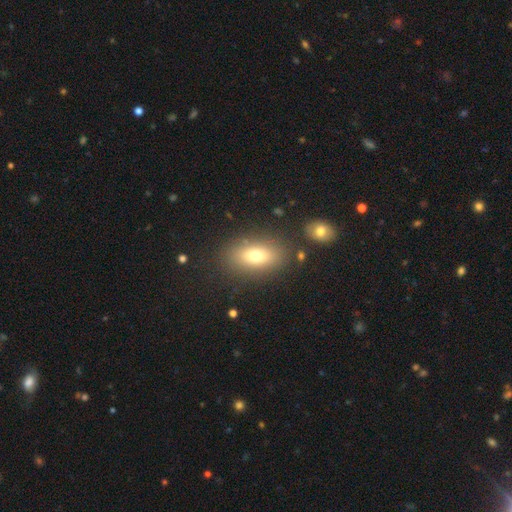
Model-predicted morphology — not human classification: Smooth or featured? smooth (74%)
How rounded? in between (85%)
Merging? none (81%)